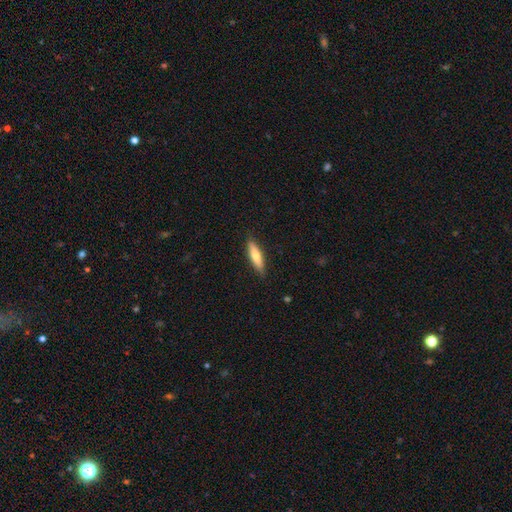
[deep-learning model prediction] Smooth or featured?
  - smooth: 64% *
  - featured or disk: 30%
  - star or artifact: 6%
How rounded?
  - cigar-shaped: 71% *
  - in between: 27%
  - round: 2%
Merging?
  - none: 87% *
  - minor disturbance: 10%
  - major disturbance: 2%
  - merger: 1%